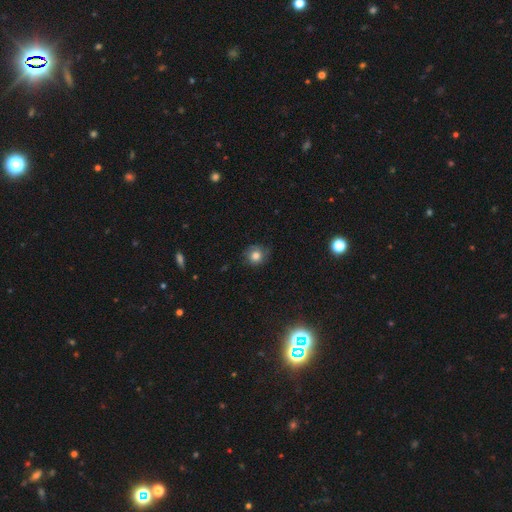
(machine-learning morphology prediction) This appears to be a smooth galaxy with no disk features (75%) that is round (86%). Merging: none (73%).